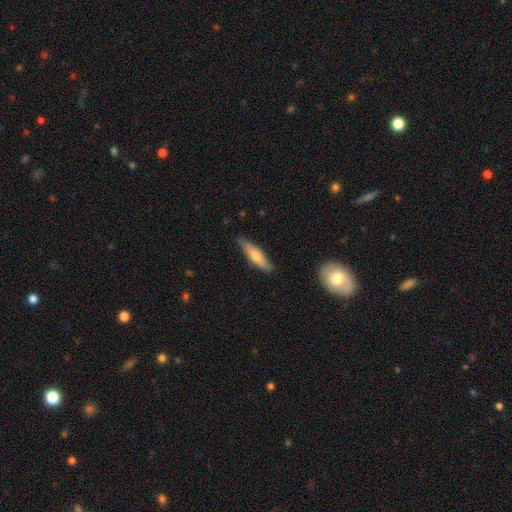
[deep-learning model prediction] Q: Smooth or featured?
A: smooth (59%); runner-up: featured or disk (35%)
Q: How rounded?
A: cigar-shaped (77%); runner-up: in between (21%)
Q: Merging?
A: none (86%); runner-up: minor disturbance (11%)